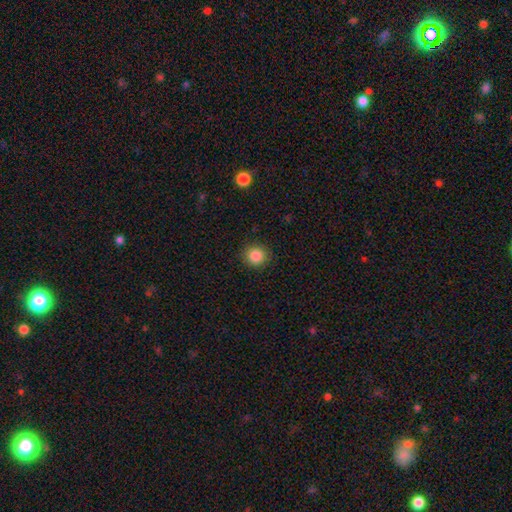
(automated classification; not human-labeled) The model was most divided on "smooth or featured": smooth: 86%, star or artifact: 10%, featured or disk: 4%. More confident: how rounded — round (91%); merging — none (90%).